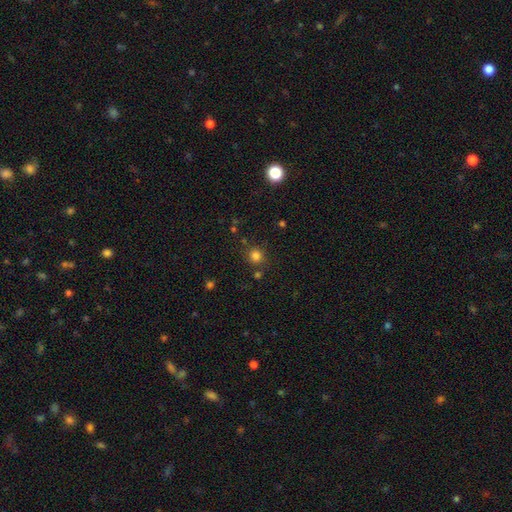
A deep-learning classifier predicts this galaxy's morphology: smooth-or-featured: smooth: 80% | star or artifact: 15% | featured or disk: 5%
  how-rounded: round: 89% | in between: 10% | cigar-shaped: 1%
  merging: none: 81% | minor disturbance: 9% | merger: 7% | major disturbance: 4%